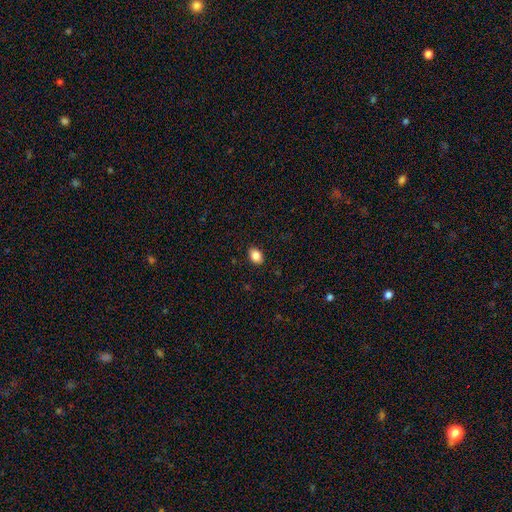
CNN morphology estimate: The model was most divided on "how rounded": in between: 75%, round: 24%, cigar-shaped: 1%. More confident: merging — none (89%); smooth or featured — smooth (87%).